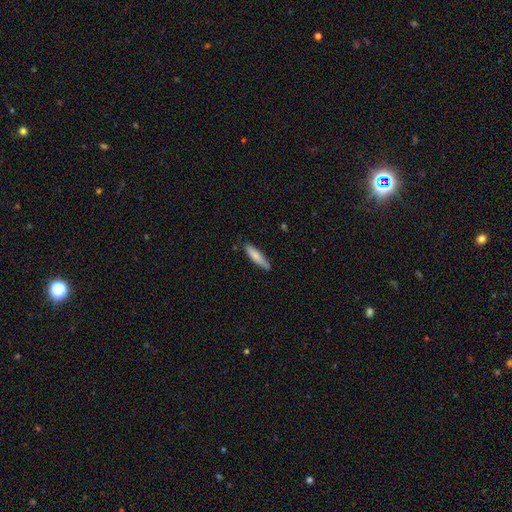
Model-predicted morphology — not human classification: The model was most divided on "merging": none: 79%, minor disturbance: 17%, major disturbance: 2%, merger: 2%. More confident: how rounded — cigar-shaped (81%); smooth or featured — smooth (79%).